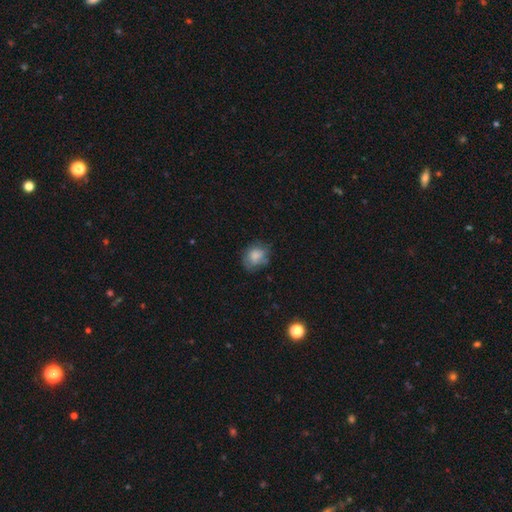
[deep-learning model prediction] Overall: smooth (73%). How rounded: round (51%; in between 48%). Merging: none (59%; minor disturbance 28%).